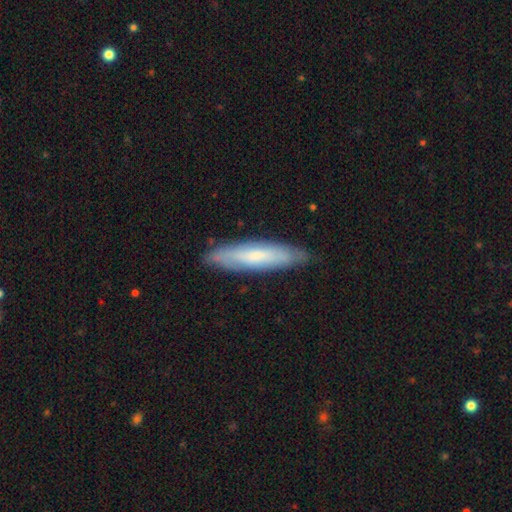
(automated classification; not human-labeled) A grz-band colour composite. It shows a smooth galaxy with no disk features (57%) that is cigar-shaped (78%). Merging: none (84%).